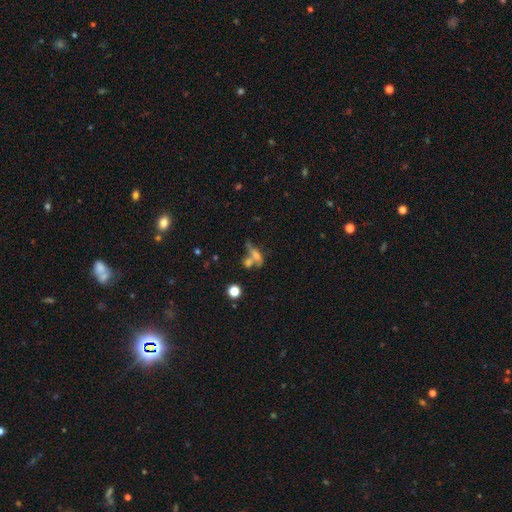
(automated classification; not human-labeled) smooth 48%, featured or disk 36%, star or artifact 15%. Down the decision tree: merging — merger (40%).